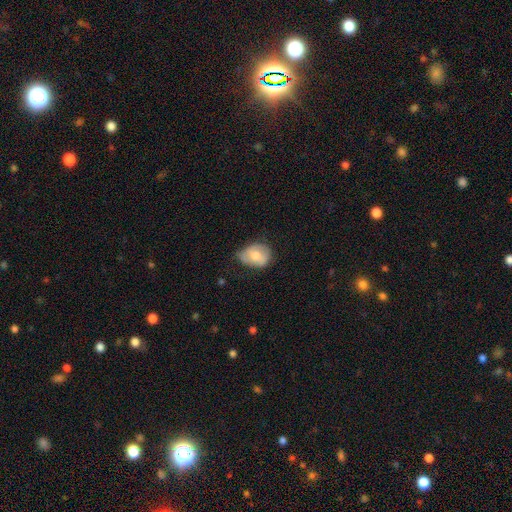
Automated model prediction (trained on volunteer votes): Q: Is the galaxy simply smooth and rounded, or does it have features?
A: smooth — 65%.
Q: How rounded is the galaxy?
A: in between — 58%.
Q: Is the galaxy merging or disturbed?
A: none — 49%.